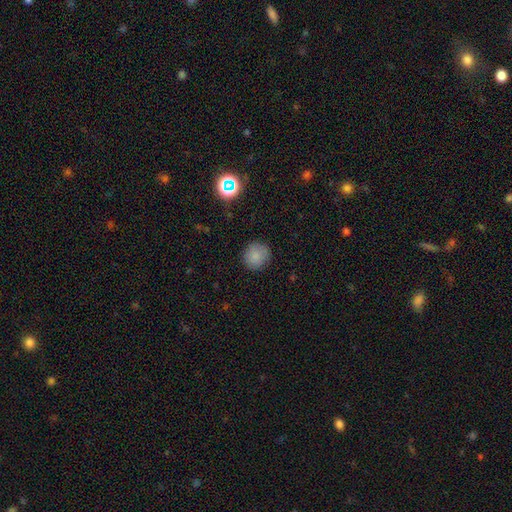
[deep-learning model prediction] A smooth galaxy with no disk features (83%) that is round (92%). Merging: none (88%).